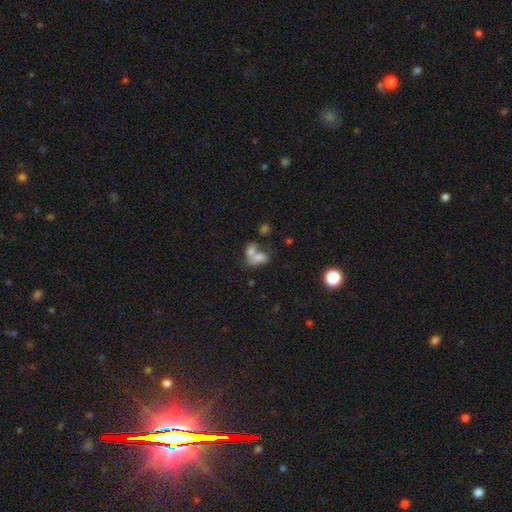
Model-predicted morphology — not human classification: This is likely a smooth galaxy (71%). How rounded: likely in between (78%). Merging: likely merger (66%).